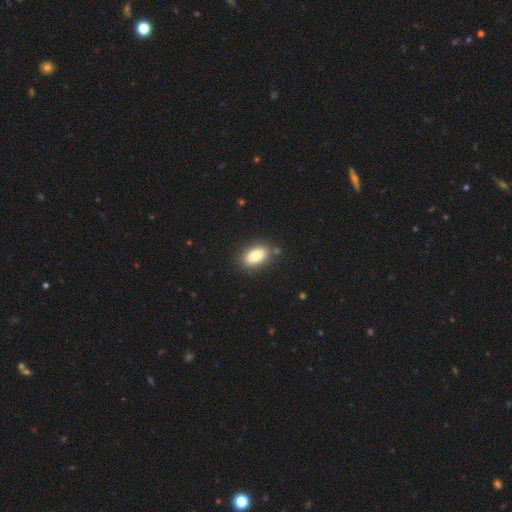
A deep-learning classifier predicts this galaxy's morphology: Smooth or featured? Predicted: smooth (p=0.85). How rounded? Predicted: in between (p=0.91). Merging? Predicted: none (p=0.81).